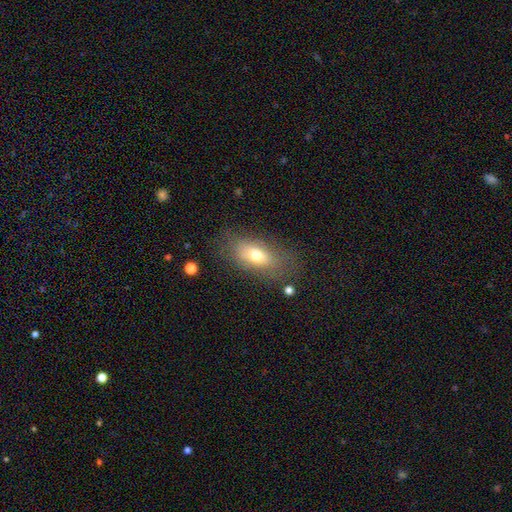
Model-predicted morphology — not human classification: Q: Smooth or featured?
A: smooth (69%); runner-up: featured or disk (20%)
Q: How rounded?
A: in between (85%); runner-up: round (9%)
Q: Merging?
A: none (70%); runner-up: minor disturbance (18%)